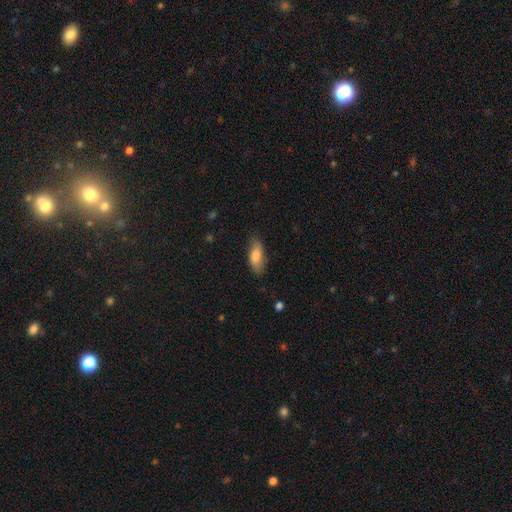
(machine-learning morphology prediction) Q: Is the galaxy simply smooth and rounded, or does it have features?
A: smooth — 78%.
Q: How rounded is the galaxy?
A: in between — 78%.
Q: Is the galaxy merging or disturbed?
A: none — 74%.